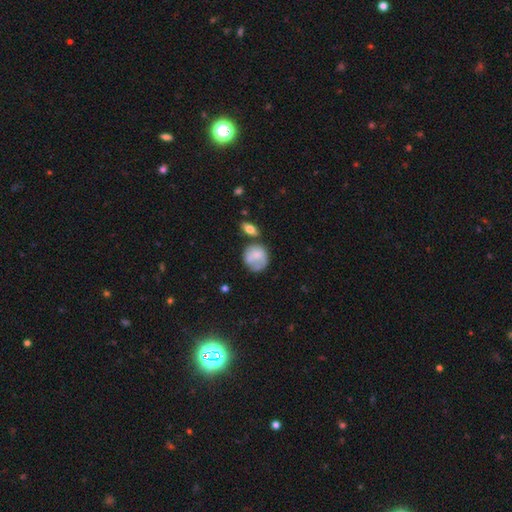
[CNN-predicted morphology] type=smooth (67%); roundness=round (77%); merging=none (43%).